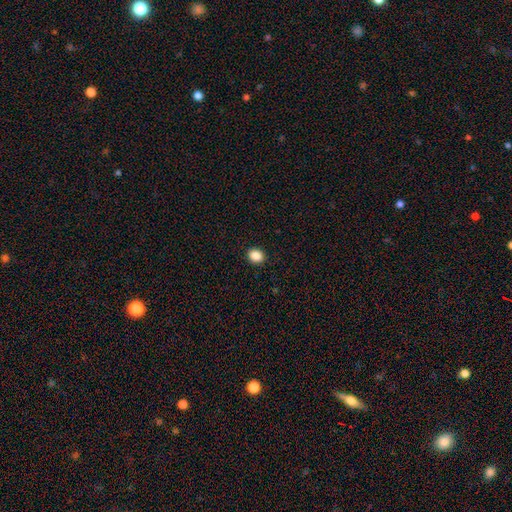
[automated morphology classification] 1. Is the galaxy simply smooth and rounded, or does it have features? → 87% smooth, 10% star or artifact, 3% featured or disk.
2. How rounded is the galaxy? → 59% round, 40% in between, 1% cigar-shaped.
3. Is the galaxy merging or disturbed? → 92% none, 6% minor disturbance, 2% major disturbance, 1% merger.